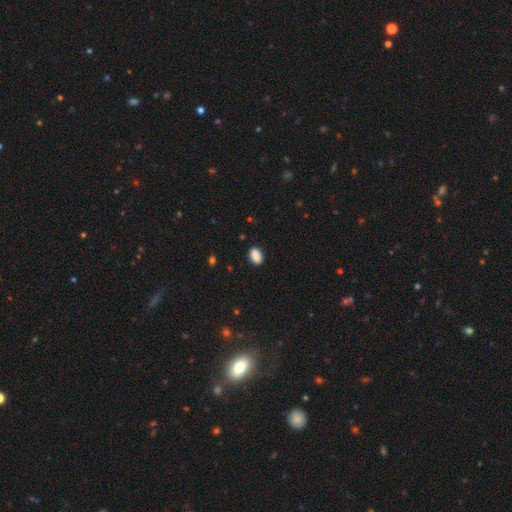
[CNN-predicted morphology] Q: Smooth or featured?
A: smooth (89%); runner-up: star or artifact (8%)
Q: How rounded?
A: in between (87%); runner-up: round (11%)
Q: Merging?
A: none (88%); runner-up: minor disturbance (9%)